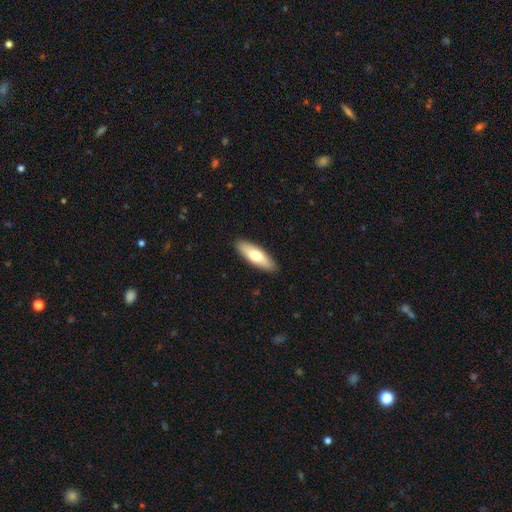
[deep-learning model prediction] A smooth galaxy with no disk features (68%) that is in between round and cigar-shaped (54%). Merging: none (90%).